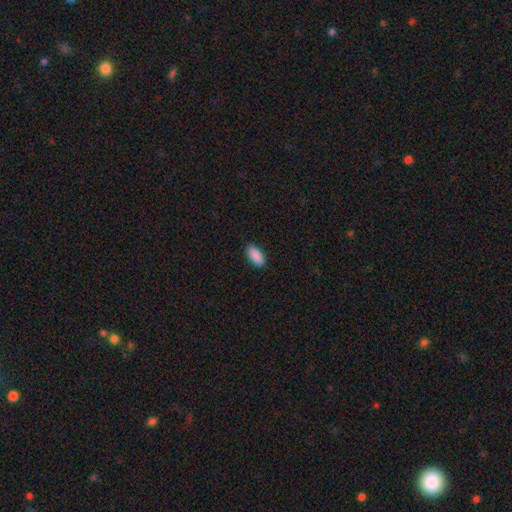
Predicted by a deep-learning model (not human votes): smooth_or_featured: smooth (p=0.91) [alt: star or artifact p=0.06]
how_rounded: in between (p=0.90) [alt: cigar-shaped p=0.08]
merging: none (p=0.89) [alt: minor disturbance p=0.08]